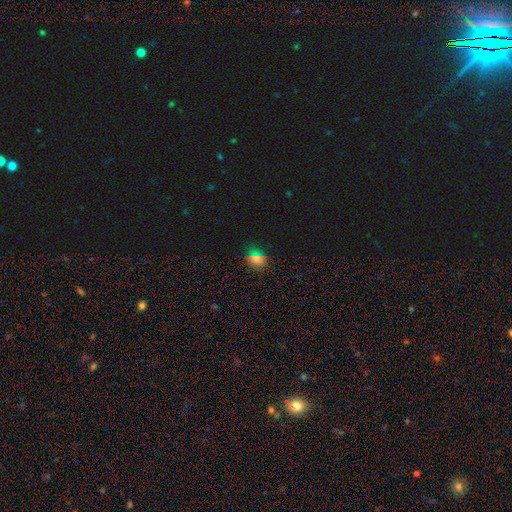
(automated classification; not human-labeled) A smooth galaxy with no disk features (61%) that is round (56%).

Vote fractions:
- Smooth or featured? smooth: 61% / star or artifact: 31% / featured or disk: 8%
- How rounded? round: 56% / in between: 40% / cigar-shaped: 4%
- Merging? none: 86% / minor disturbance: 10% / major disturbance: 3% / merger: 2%